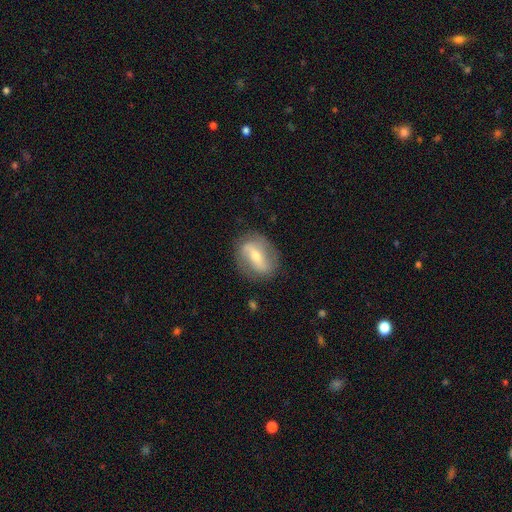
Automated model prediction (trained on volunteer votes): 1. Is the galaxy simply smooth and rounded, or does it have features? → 67% featured or disk, 27% smooth, 7% star or artifact.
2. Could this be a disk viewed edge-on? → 89% no, 11% yes.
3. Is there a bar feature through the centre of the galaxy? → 58% strong, 28% weak, 14% no.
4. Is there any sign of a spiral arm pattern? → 69% yes, 31% no.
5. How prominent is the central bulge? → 52% moderate, 42% small, 3% large, 2% none, 1% dominant.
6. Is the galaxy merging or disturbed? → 78% none, 15% minor disturbance, 6% major disturbance, 1% merger.